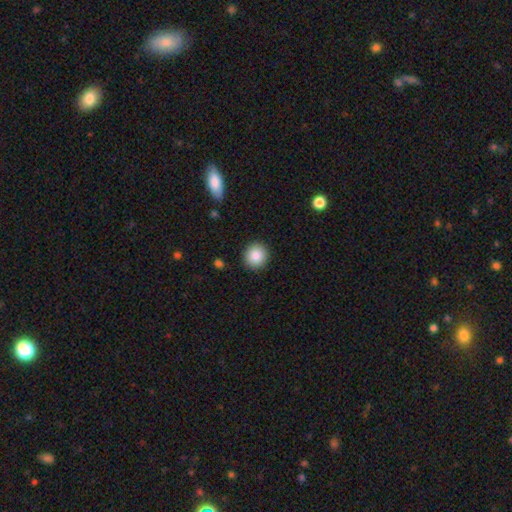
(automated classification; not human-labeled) Smooth or featured? Predicted: smooth (p=0.86). How rounded? Predicted: round (p=0.93). Merging? Predicted: none (p=0.91).